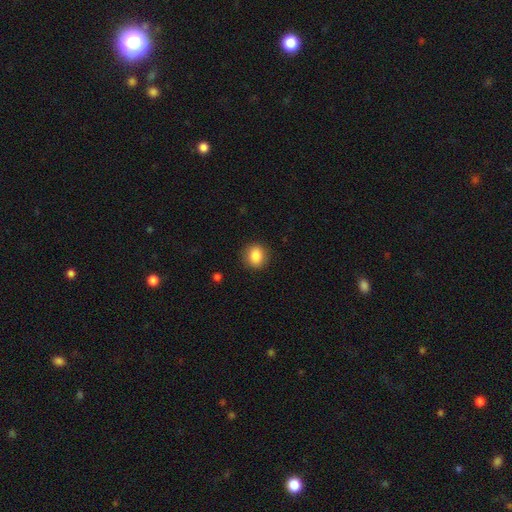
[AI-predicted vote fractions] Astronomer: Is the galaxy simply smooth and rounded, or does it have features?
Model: smooth — 86%.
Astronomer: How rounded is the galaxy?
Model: round — 75%.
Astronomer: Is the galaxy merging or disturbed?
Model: none — 89%.